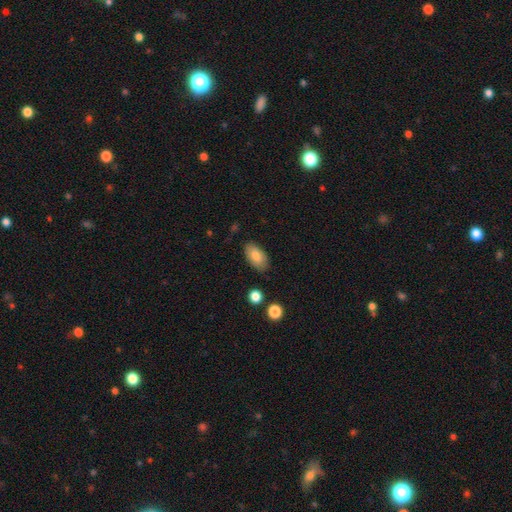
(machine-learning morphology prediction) Overall: smooth (82%). How rounded: in between (93%). Merging: none (84%).